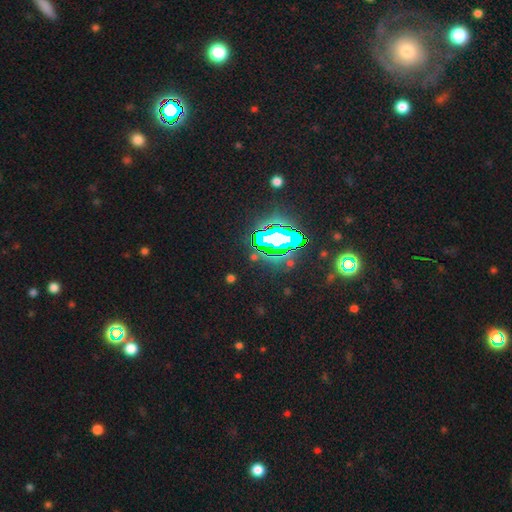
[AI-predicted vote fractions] smooth_or_featured: star or artifact (p=0.76) [alt: smooth p=0.13]